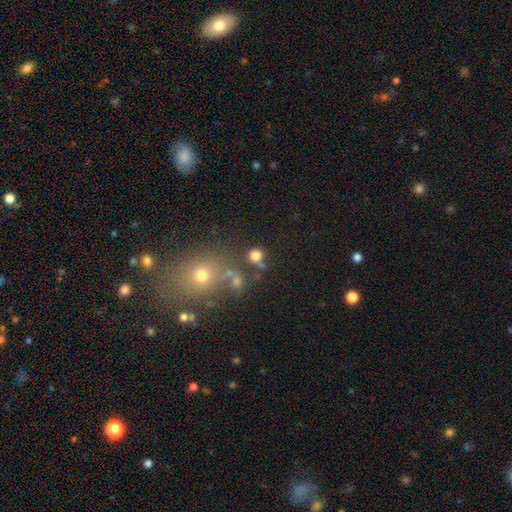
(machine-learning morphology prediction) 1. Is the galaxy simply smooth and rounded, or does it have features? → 77% smooth, 15% star or artifact, 9% featured or disk.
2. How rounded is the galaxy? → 84% round, 15% in between, 1% cigar-shaped.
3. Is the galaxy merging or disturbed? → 63% none, 18% merger, 11% minor disturbance, 7% major disturbance.